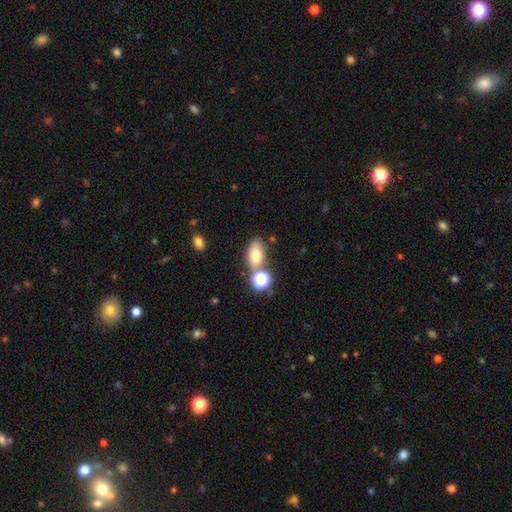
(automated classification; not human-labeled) This is likely a smooth galaxy (71%). How rounded: likely in between (79%). Merging: possibly none (59%).